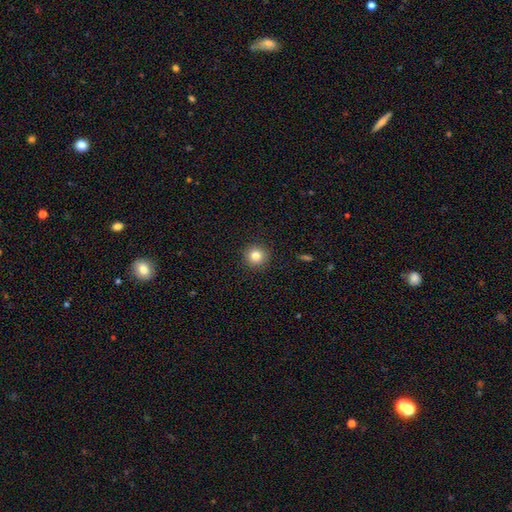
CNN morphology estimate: Smooth or featured?
  - smooth: 82% *
  - star or artifact: 11%
  - featured or disk: 7%
How rounded?
  - round: 94% *
  - in between: 5%
  - cigar-shaped: 1%
Merging?
  - none: 91% *
  - minor disturbance: 6%
  - major disturbance: 2%
  - merger: 1%